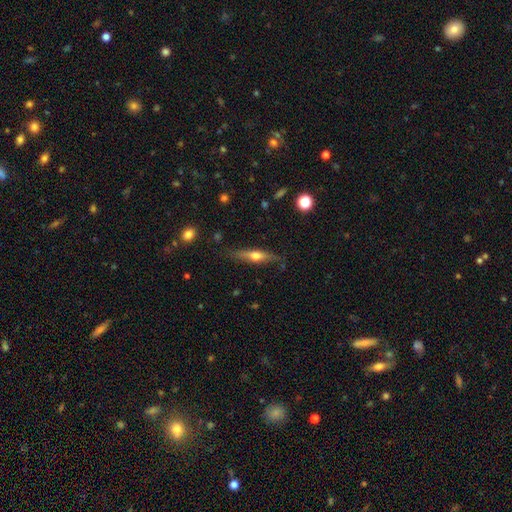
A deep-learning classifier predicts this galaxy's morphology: Smooth or featured: featured or disk — 58% (smooth — 36%)
Edge-on disk: yes — 94% (no — 6%)
Edge-on bulge: rounded — 92% (none — 4%)
Merging: none — 80% (minor disturbance — 15%)